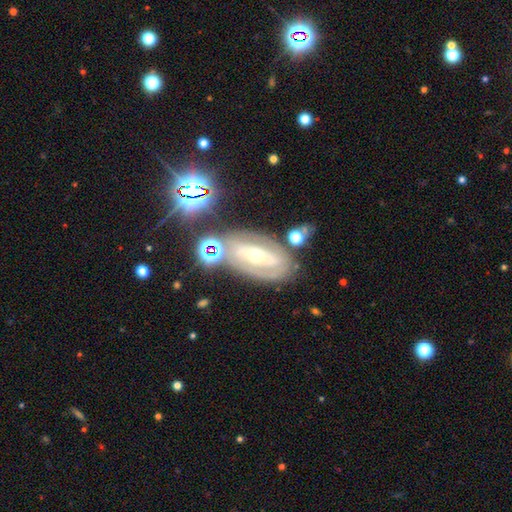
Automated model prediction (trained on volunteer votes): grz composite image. It shows a featured or disk galaxy (75%) with a strong bar (41%), 2 (59%) tight (55%) spiral arms (74%) and a moderate central bulge (52%). Merging: none (69%).